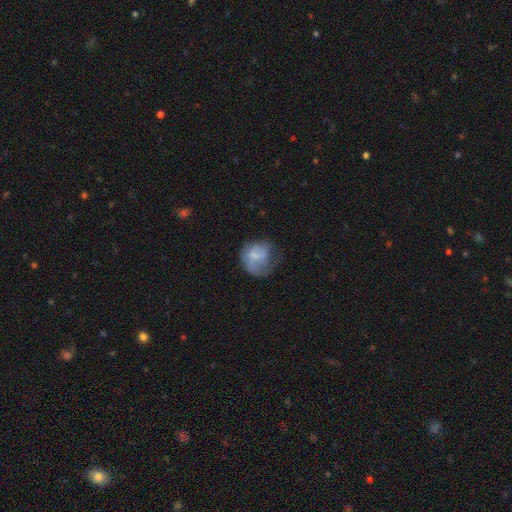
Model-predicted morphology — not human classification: Q: Smooth or featured?
A: smooth (64%); runner-up: featured or disk (27%)
Q: How rounded?
A: round (69%); runner-up: in between (30%)
Q: Merging?
A: major disturbance (36%); runner-up: none (32%)